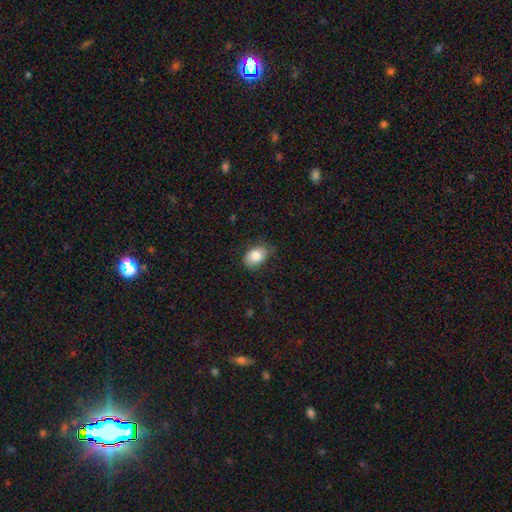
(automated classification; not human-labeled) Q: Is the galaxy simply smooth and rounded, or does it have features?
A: smooth — 81%.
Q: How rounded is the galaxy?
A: in between — 79%.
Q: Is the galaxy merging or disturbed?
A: none — 67%.